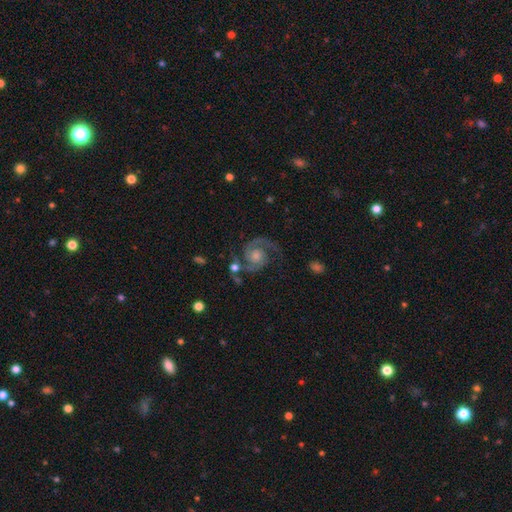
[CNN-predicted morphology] Smooth or featured? Predicted: featured or disk (p=0.90). Edge-on disk? Predicted: no (p=0.98). Bar? Predicted: no (p=0.72). Spiral arms? Predicted: yes (p=0.98). Spiral winding? Predicted: medium (p=0.53). Spiral arm count? Predicted: 2 (p=0.92). Bulge size? Predicted: moderate (p=0.58). Merging? Predicted: none (p=0.75).